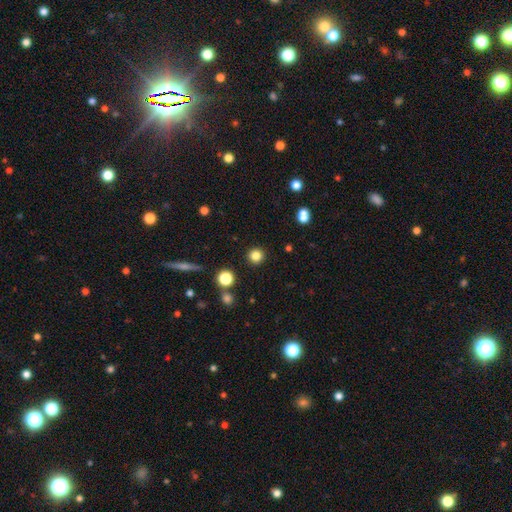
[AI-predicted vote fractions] This appears to be a smooth galaxy with no disk features (83%) that is round (95%). Merging: none (91%).